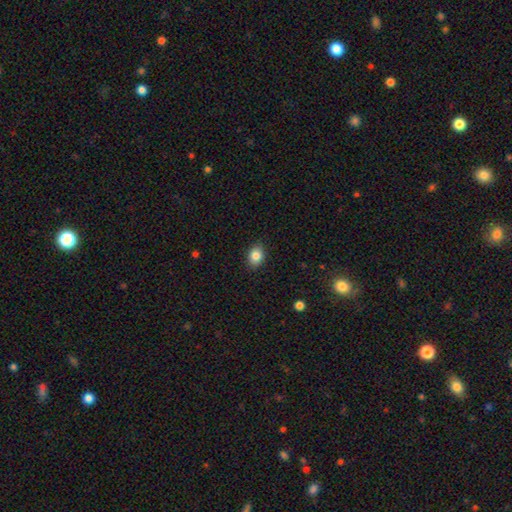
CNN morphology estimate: Overall: smooth (84%). How rounded: in between (66%; round 33%). Merging: none (87%).